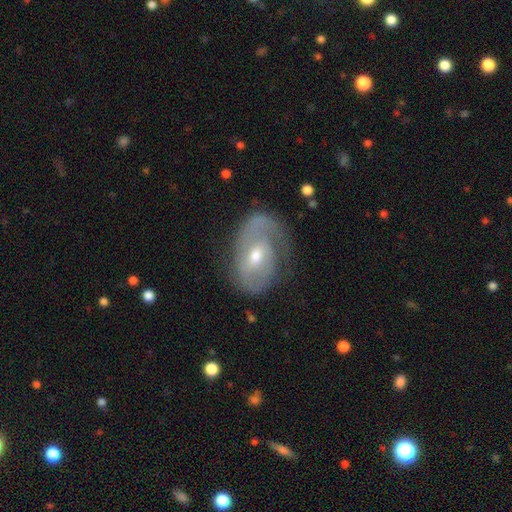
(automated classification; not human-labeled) Smooth or featured? Predicted: featured or disk (p=0.77). Edge-on disk? Predicted: no (p=0.95). Bar? Predicted: no (p=0.46). Spiral arms? Predicted: yes (p=0.87). Spiral winding? Predicted: tight (p=0.50). Spiral arm count? Predicted: 2 (p=0.46). Bulge size? Predicted: moderate (p=0.56). Merging? Predicted: none (p=0.68).